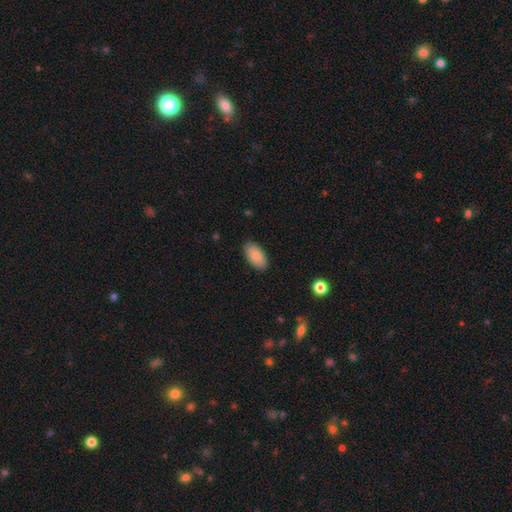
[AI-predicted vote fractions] smooth-or-featured: smooth: 88% | featured or disk: 6% | star or artifact: 6%
  how-rounded: in between: 95% | cigar-shaped: 3% | round: 2%
  merging: none: 88% | minor disturbance: 9% | major disturbance: 2% | merger: 1%